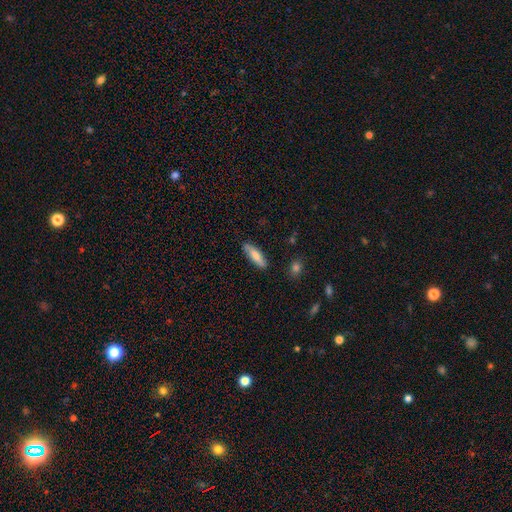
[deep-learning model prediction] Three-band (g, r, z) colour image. It shows a smooth galaxy with no disk features (76%) that is cigar-shaped (60%). Merging: none (84%).